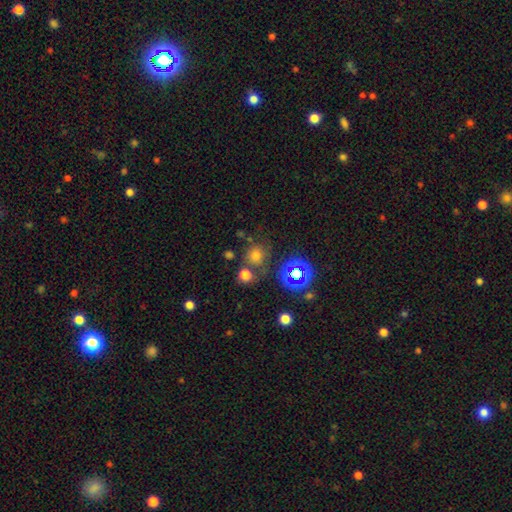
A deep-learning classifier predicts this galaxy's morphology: smooth_or_featured: smooth (p=0.64) [alt: star or artifact p=0.27]
how_rounded: round (p=0.82) [alt: in between p=0.17]
merging: none (p=0.66) [alt: merger p=0.17]